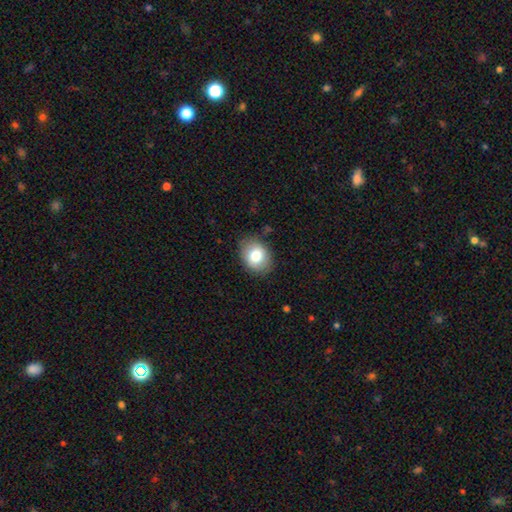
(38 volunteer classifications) This is clearly a smooth galaxy (89%). How rounded: possibly round (53%). Merging: clearly none (86%).